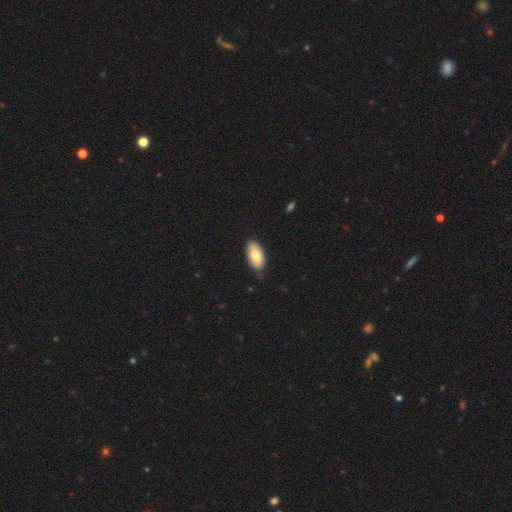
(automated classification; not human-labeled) Smooth or featured? Predicted: smooth (p=0.78). How rounded? Predicted: in between (p=0.94). Merging? Predicted: none (p=0.81).